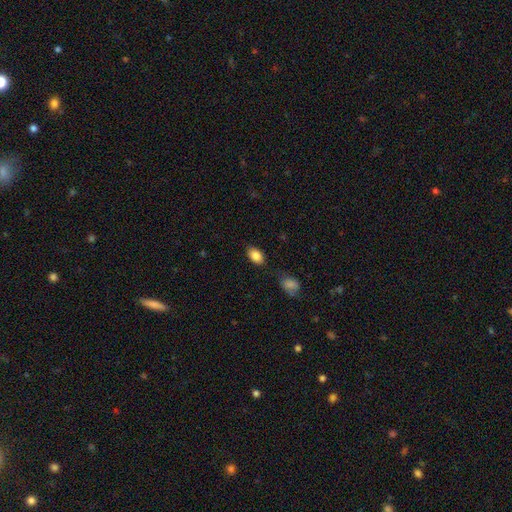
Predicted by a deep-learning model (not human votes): Smooth or featured?
  - smooth: 85% *
  - star or artifact: 8%
  - featured or disk: 7%
How rounded?
  - in between: 89% *
  - round: 10%
  - cigar-shaped: 2%
Merging?
  - none: 78% *
  - minor disturbance: 14%
  - merger: 5%
  - major disturbance: 3%